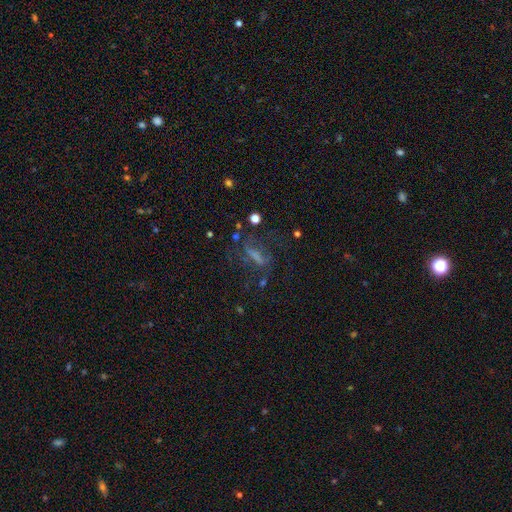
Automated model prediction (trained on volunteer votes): A featured or disk galaxy (44%). Merging: none (49%).